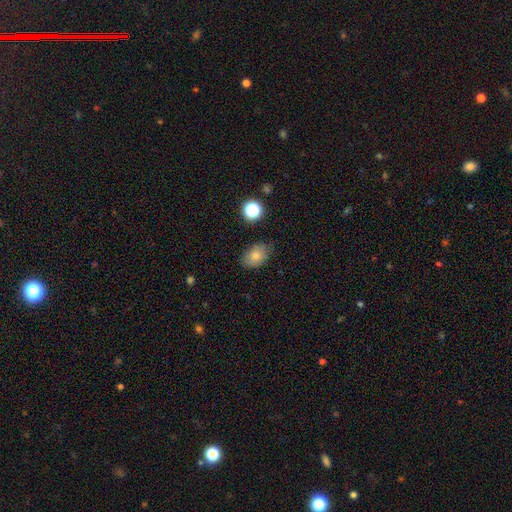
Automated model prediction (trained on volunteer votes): Overall: smooth (79%). How rounded: in between (82%). Merging: none (77%).